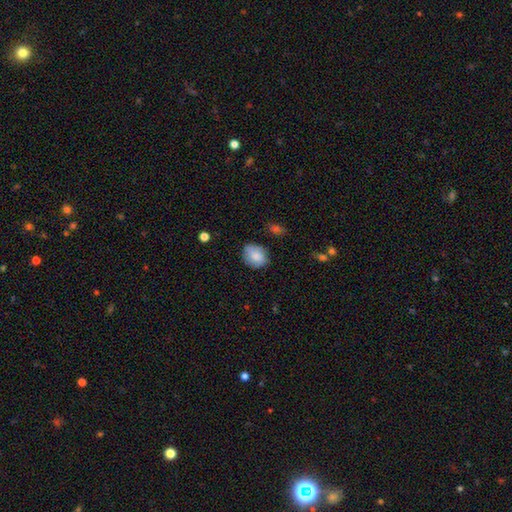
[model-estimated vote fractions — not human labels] This appears to be a smooth galaxy with no disk features (78%) that is in between round and cigar-shaped (51%). Merging: none (71%).